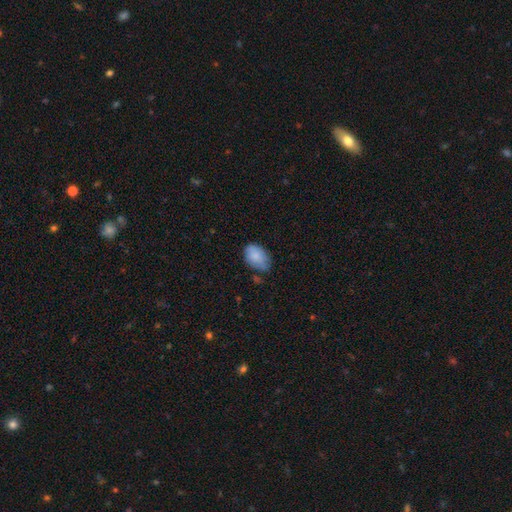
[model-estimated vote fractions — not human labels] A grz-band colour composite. It shows a smooth galaxy with no disk features (85%) that is in between round and cigar-shaped (89%). Merging: none (62%).